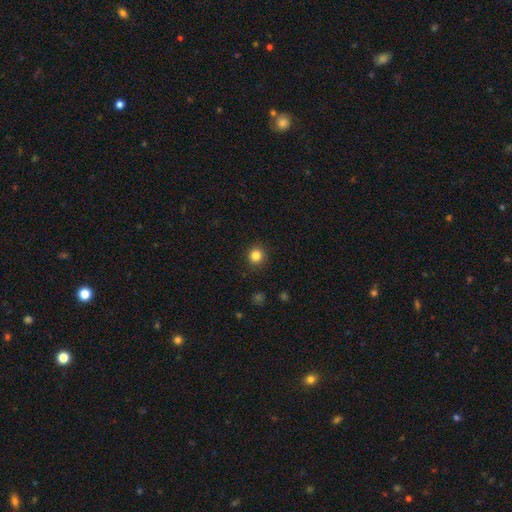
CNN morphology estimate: Q: Smooth or featured?
A: smooth (84%); runner-up: star or artifact (12%)
Q: How rounded?
A: round (91%); runner-up: in between (8%)
Q: Merging?
A: none (91%); runner-up: minor disturbance (6%)